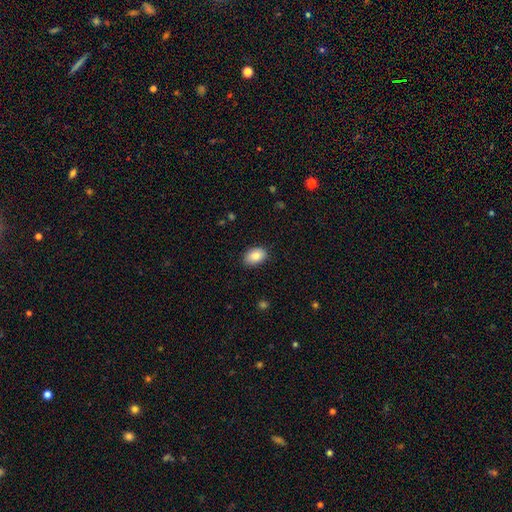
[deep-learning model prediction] smooth-or-featured: smooth: 85% | featured or disk: 7% | star or artifact: 7%
  how-rounded: in between: 87% | round: 12% | cigar-shaped: 1%
  merging: none: 85% | minor disturbance: 12% | major disturbance: 2% | merger: 1%